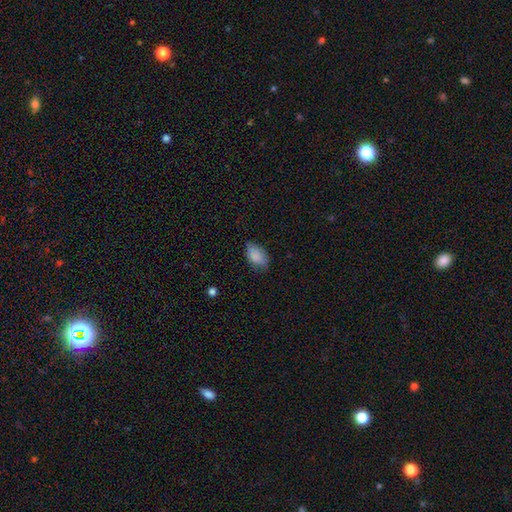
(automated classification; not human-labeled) The model was most divided on "merging": none: 67%, minor disturbance: 26%, major disturbance: 5%, merger: 1%. More confident: how rounded — in between (91%); smooth or featured — smooth (87%).